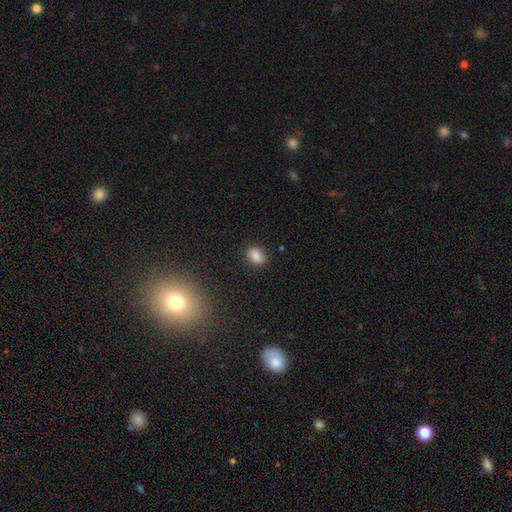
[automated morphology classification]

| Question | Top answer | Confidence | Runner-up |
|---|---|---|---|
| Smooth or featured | smooth | 84% | star or artifact (10%) |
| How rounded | in between | 73% | round (25%) |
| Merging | none | 85% | minor disturbance (11%) |